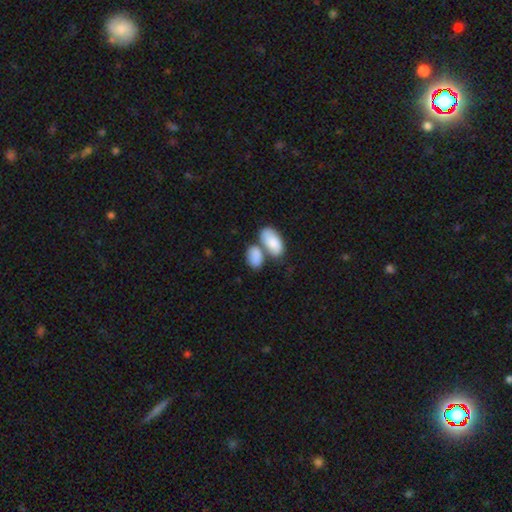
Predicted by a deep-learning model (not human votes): The model was most divided on "merging": merger: 53%, none: 31%, minor disturbance: 11%, major disturbance: 5%. More confident: how rounded — in between (93%); smooth or featured — smooth (84%).